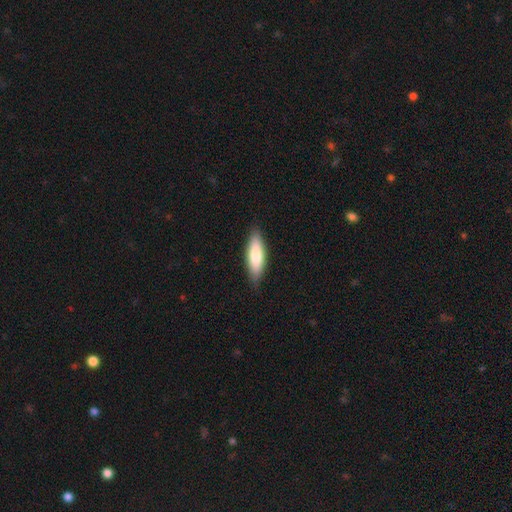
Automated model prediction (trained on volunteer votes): Smooth or featured?
  - smooth: 77% *
  - featured or disk: 17%
  - star or artifact: 5%
How rounded?
  - in between: 50% *
  - cigar-shaped: 48%
  - round: 2%
Merging?
  - none: 85% *
  - minor disturbance: 12%
  - major disturbance: 2%
  - merger: 1%